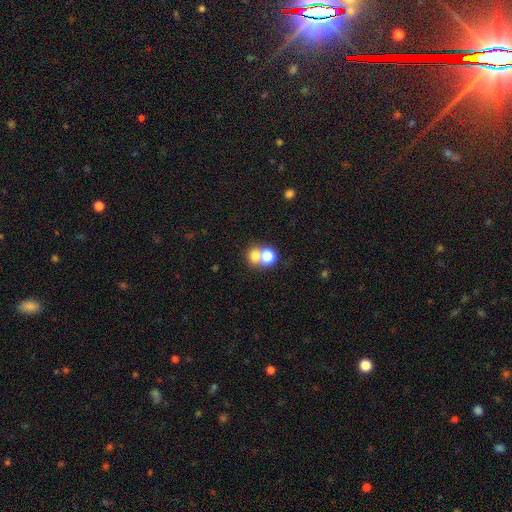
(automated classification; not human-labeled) smooth-or-featured: smooth: 72% | star or artifact: 16% | featured or disk: 12%
  how-rounded: round: 76% | in between: 23% | cigar-shaped: 1%
  merging: merger: 50% | none: 40% | minor disturbance: 6% | major disturbance: 4%